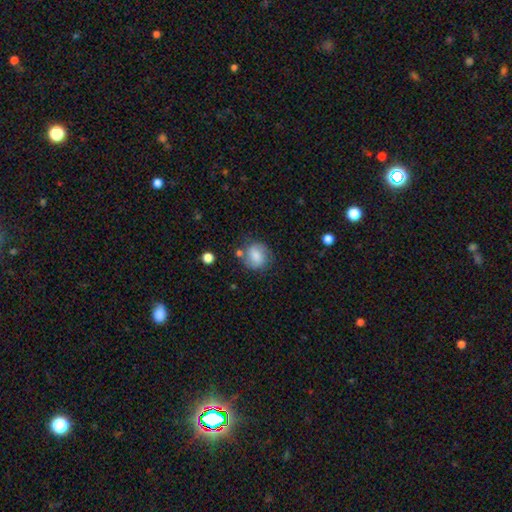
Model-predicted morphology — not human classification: smooth-or-featured: smooth: 69% | featured or disk: 22% | star or artifact: 9%
  how-rounded: round: 70% | in between: 28% | cigar-shaped: 1%
  merging: none: 65% | minor disturbance: 20% | merger: 9% | major disturbance: 7%